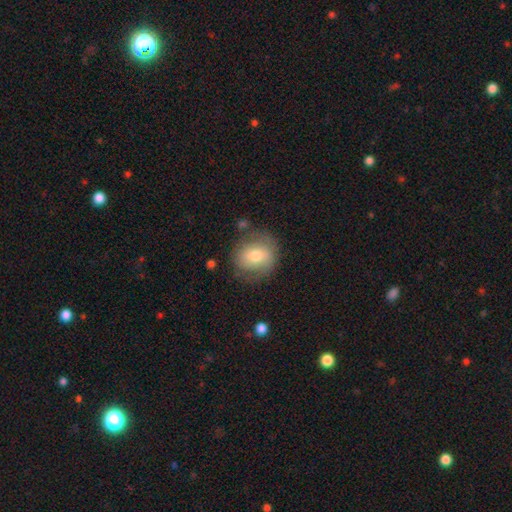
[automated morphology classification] smooth_or_featured: smooth (p=0.66) [alt: featured or disk p=0.26]
how_rounded: round (p=0.76) [alt: in between p=0.23]
merging: none (p=0.70) [alt: minor disturbance p=0.20]